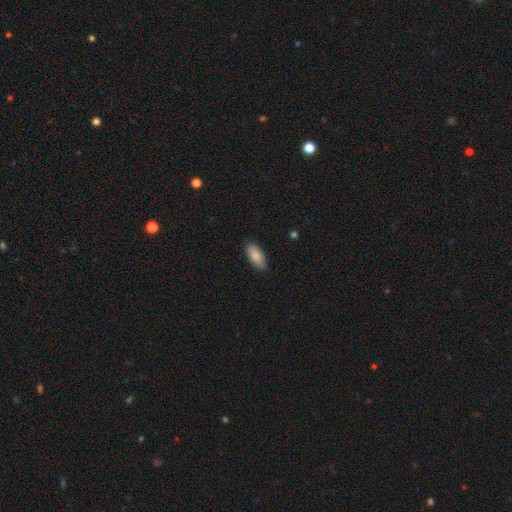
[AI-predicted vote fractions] This appears to be a smooth galaxy with no disk features (85%) that is in between round and cigar-shaped (90%). Merging: none (86%).